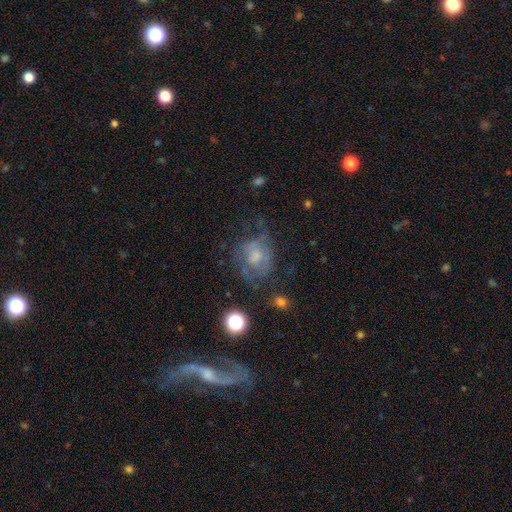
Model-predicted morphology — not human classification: smooth-or-featured: featured or disk: 48% | smooth: 38% | star or artifact: 14%
  merging: none: 39% | major disturbance: 33% | minor disturbance: 24% | merger: 4%